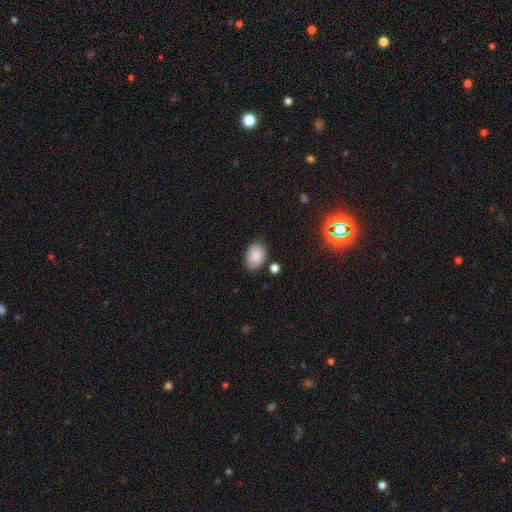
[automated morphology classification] Smooth or featured: smooth — 86% (star or artifact — 8%)
How rounded: in between — 83% (round — 16%)
Merging: none — 79% (minor disturbance — 14%)